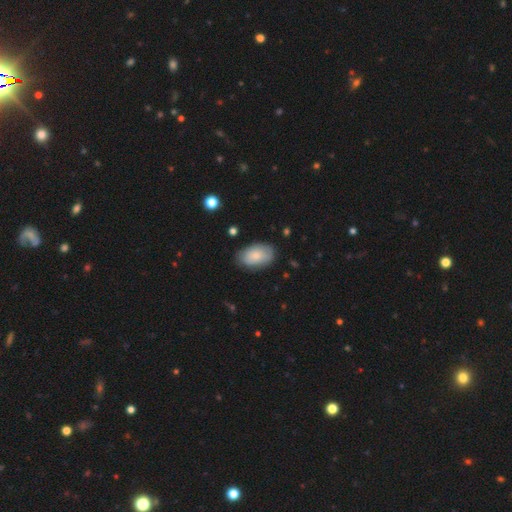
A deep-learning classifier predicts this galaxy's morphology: Overall: smooth (75%). How rounded: in between (93%). Merging: none (79%).